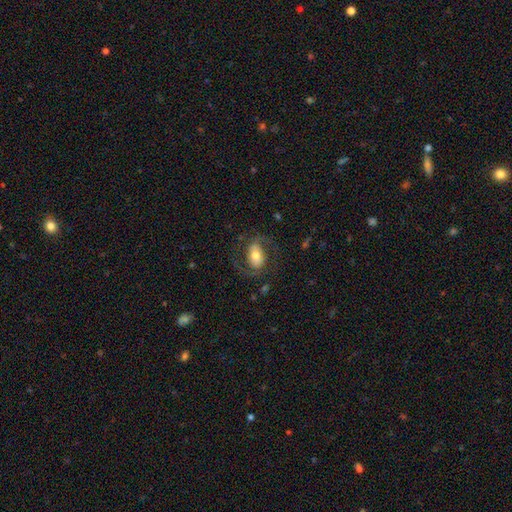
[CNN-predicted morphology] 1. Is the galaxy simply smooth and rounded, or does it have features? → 56% featured or disk, 36% smooth, 7% star or artifact.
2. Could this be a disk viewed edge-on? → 95% no, 5% yes.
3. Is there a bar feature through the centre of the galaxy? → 35% no, 33% strong, 33% weak.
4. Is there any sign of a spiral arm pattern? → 81% yes, 19% no.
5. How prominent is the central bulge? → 59% moderate, 19% small, 18% large, 3% dominant, 2% none.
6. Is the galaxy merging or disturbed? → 69% none, 15% major disturbance, 15% minor disturbance, 1% merger.